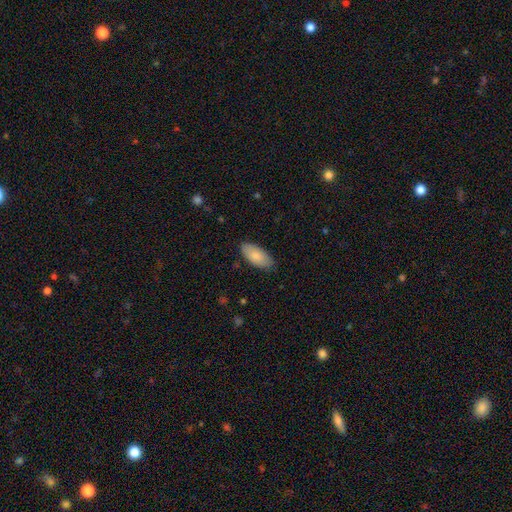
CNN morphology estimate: smooth_or_featured: smooth (p=0.83) [alt: featured or disk p=0.11]
how_rounded: in between (p=0.91) [alt: cigar-shaped p=0.07]
merging: none (p=0.84) [alt: minor disturbance p=0.13]